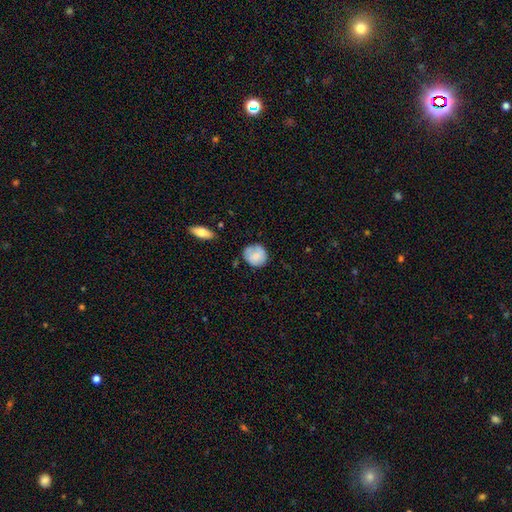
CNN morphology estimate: Smooth or featured?
  - smooth: 79% *
  - featured or disk: 14%
  - star or artifact: 7%
How rounded?
  - round: 84% *
  - in between: 15%
  - cigar-shaped: 1%
Merging?
  - none: 69% *
  - minor disturbance: 22%
  - major disturbance: 5%
  - merger: 3%